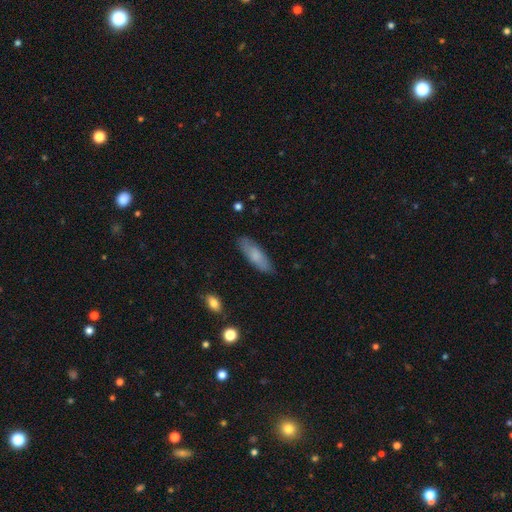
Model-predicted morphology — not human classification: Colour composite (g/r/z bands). It shows a smooth galaxy with no disk features (74%) that is in between round and cigar-shaped (51%). Merging: none (84%).